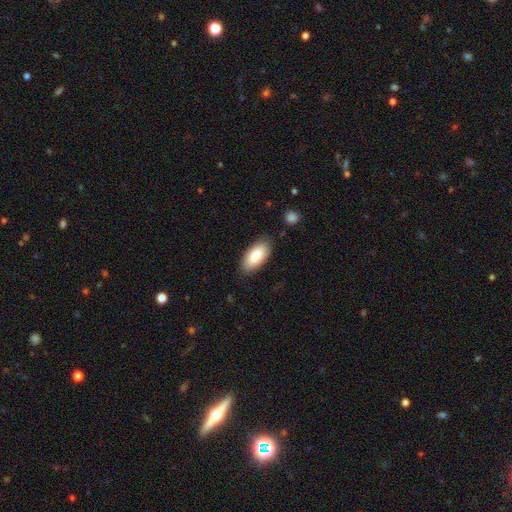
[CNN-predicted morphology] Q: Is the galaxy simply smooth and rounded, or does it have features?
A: smooth — 85%.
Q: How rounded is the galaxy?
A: in between — 91%.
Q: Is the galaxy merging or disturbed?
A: none — 83%.